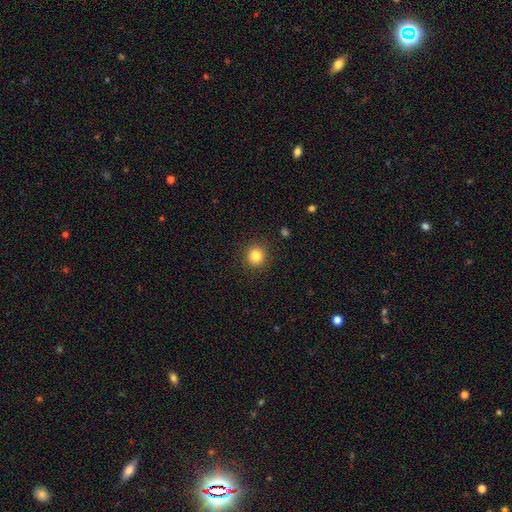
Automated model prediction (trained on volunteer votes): A smooth galaxy with no disk features (84%) that is round (91%).

Vote fractions:
- Smooth or featured? smooth: 84% / star or artifact: 11% / featured or disk: 5%
- How rounded? round: 91% / in between: 8% / cigar-shaped: 1%
- Merging? none: 90% / minor disturbance: 6% / major disturbance: 2% / merger: 1%